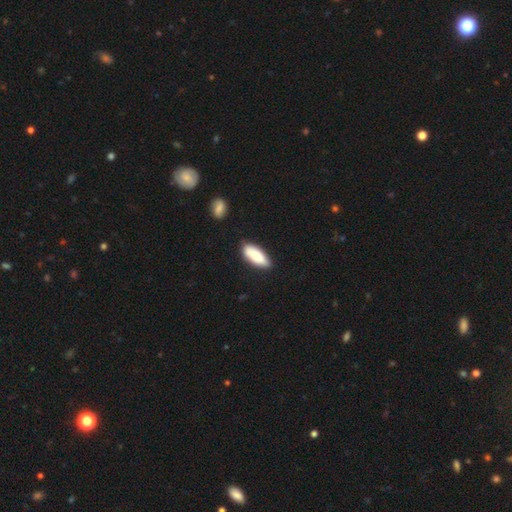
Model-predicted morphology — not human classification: smooth 82%, featured or disk 12%, star or artifact 6%. Down the decision tree: how rounded — in between (75%); merging — none (81%).